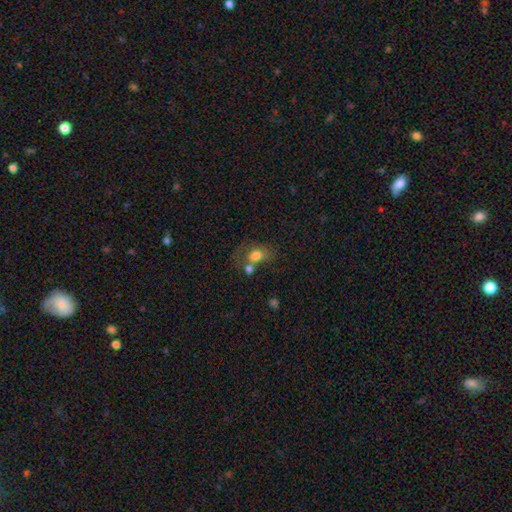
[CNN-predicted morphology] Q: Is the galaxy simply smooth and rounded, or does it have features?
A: smooth — 74%.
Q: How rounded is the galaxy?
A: in between — 70%.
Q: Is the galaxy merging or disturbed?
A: merger — 39%.